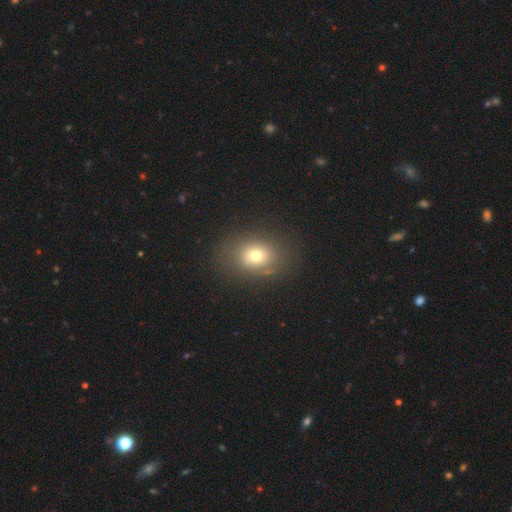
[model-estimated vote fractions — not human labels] A smooth galaxy with no disk features (71%) that is in between round and cigar-shaped (52%).

Vote fractions:
- Smooth or featured? smooth: 71% / star or artifact: 14% / featured or disk: 14%
- How rounded? in between: 52% / round: 47% / cigar-shaped: 1%
- Merging? none: 80% / minor disturbance: 12% / major disturbance: 6% / merger: 2%